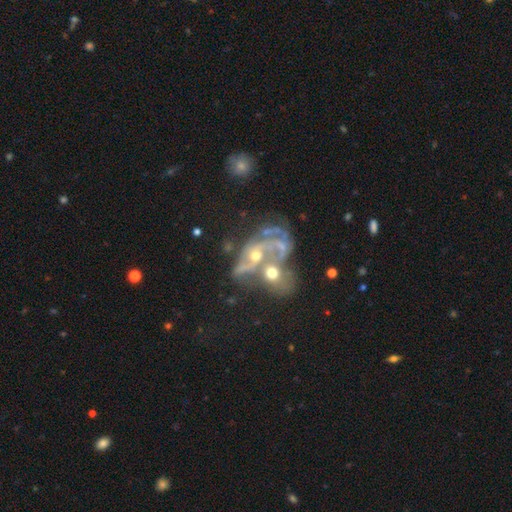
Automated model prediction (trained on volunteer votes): This is likely a featured or disk galaxy (72%). It is clearly not viewed edge-on (95%). Bar: likely no (73%). Spiral arm pattern: likely yes (64%). Central bulge: possibly moderate (52%). Merging: likely merger (68%).